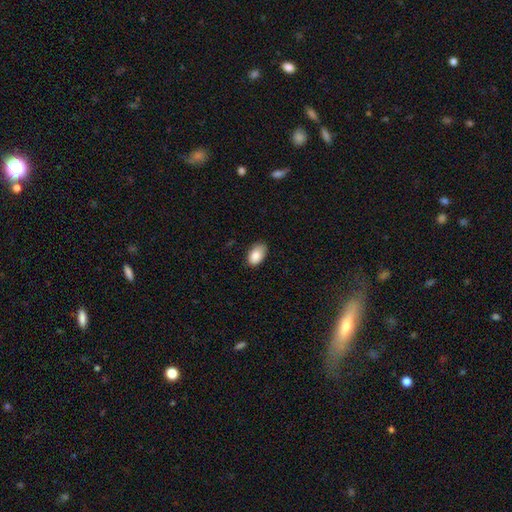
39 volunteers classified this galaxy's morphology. Volunteers were most divided on "merging": none: 56%, minor disturbance: 33%, major disturbance: 11%, merger: 0%. More confident: how rounded — in between (94%); smooth or featured — smooth (90%).